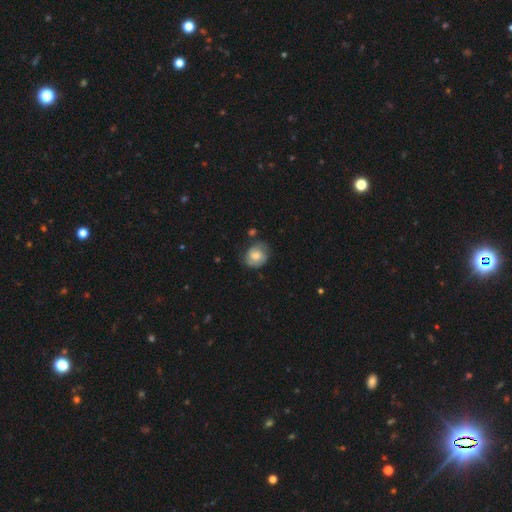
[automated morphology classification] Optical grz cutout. It shows a smooth galaxy with no disk features (61%) that is round (66%). Merging: none (69%).